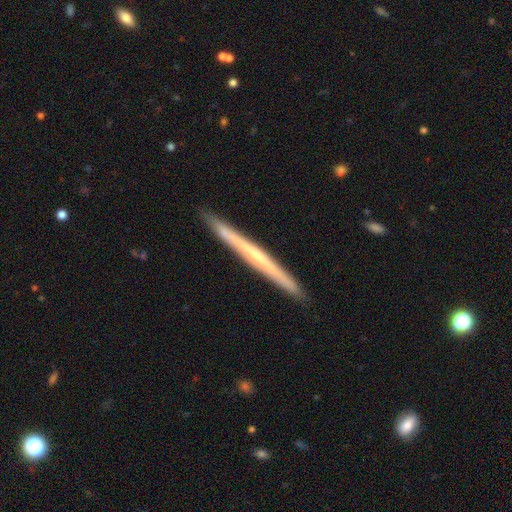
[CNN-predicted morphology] featured or disk 66%, smooth 29%, star or artifact 5%. Down the decision tree: edge-on disk — yes (97%); edge-on bulge — none (59%); merging — none (92%).